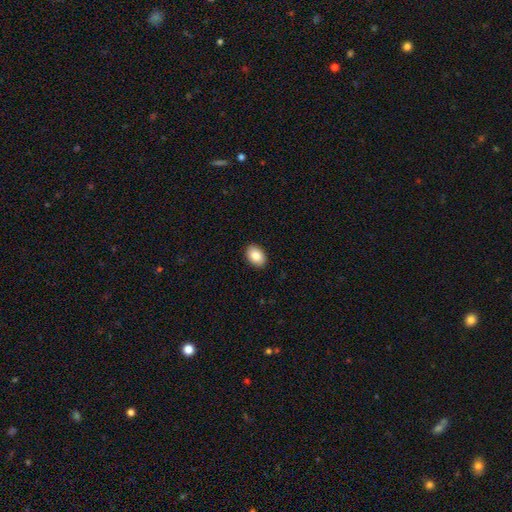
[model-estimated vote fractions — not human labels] Morphology: type=smooth (87%); roundness=in between (81%); merging=none (90%).